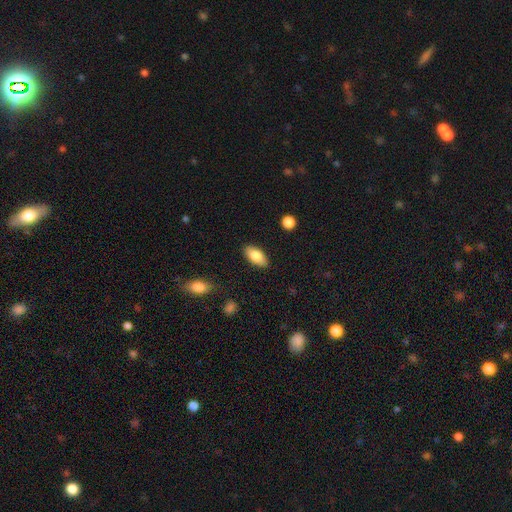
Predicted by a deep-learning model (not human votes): This is clearly a smooth galaxy (80%). How rounded: clearly in between (90%). Merging: clearly none (87%).